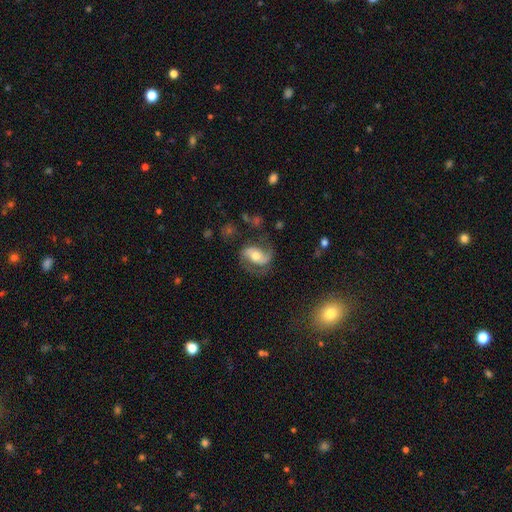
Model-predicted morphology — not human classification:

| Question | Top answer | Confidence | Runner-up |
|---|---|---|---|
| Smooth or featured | featured or disk | 73% | smooth (20%) |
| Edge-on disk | no | 96% | yes (4%) |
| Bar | no | 38% | weak (34%) |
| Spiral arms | yes | 90% | no (10%) |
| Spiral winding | medium | 44% | loose (41%) |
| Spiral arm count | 2 | 86% | 1 (6%) |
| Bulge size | moderate | 68% | small (19%) |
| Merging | none | 64% | minor disturbance (19%) |